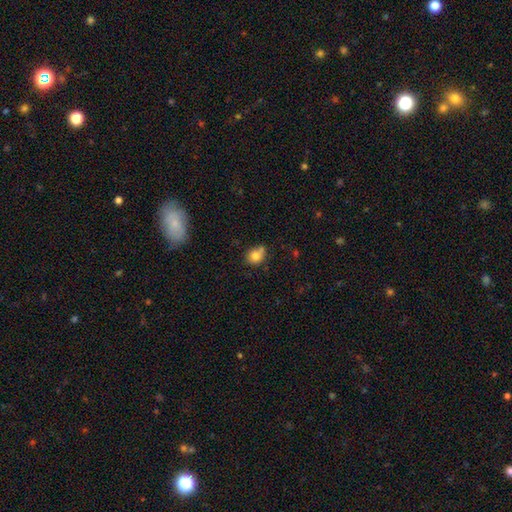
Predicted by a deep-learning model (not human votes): A smooth galaxy with no disk features (80%) that is round (73%). Merging: none (55%).